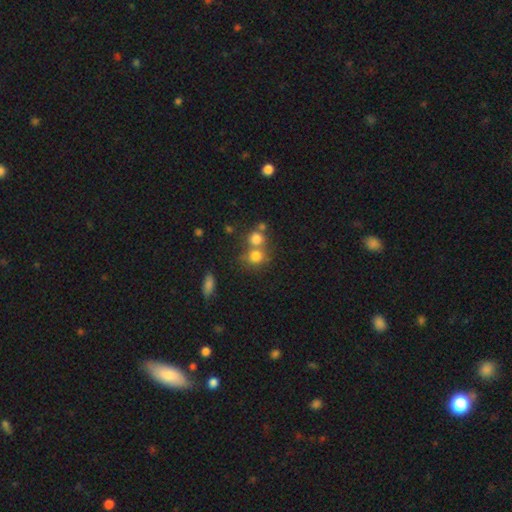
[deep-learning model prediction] This is likely a smooth galaxy (77%). How rounded: clearly round (80%). Merging: possibly none (46%).